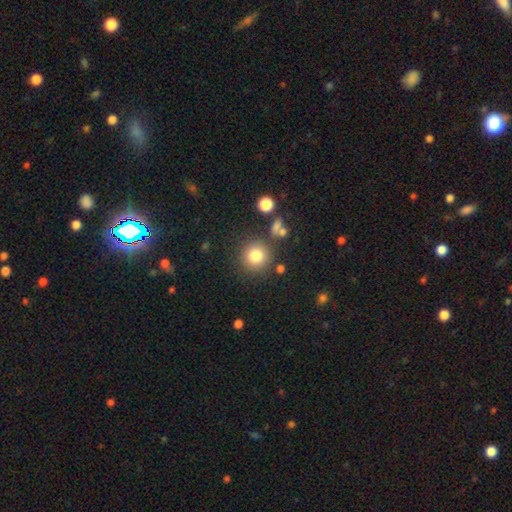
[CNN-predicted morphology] Q: Smooth or featured?
A: smooth (81%); runner-up: star or artifact (12%)
Q: How rounded?
A: round (93%); runner-up: in between (6%)
Q: Merging?
A: none (82%); runner-up: minor disturbance (9%)